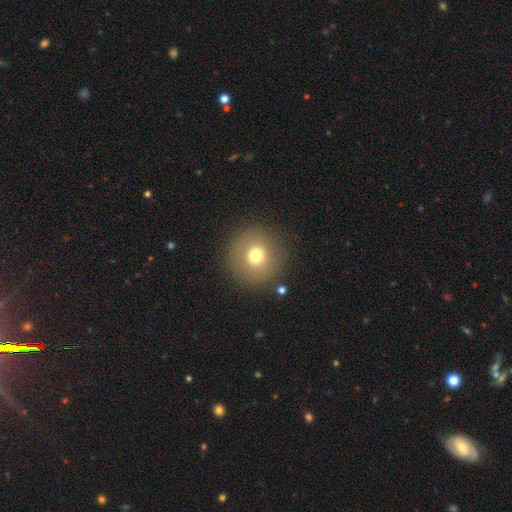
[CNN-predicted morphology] Smooth or featured? Predicted: smooth (p=0.72). How rounded? Predicted: round (p=0.95). Merging? Predicted: none (p=0.88).